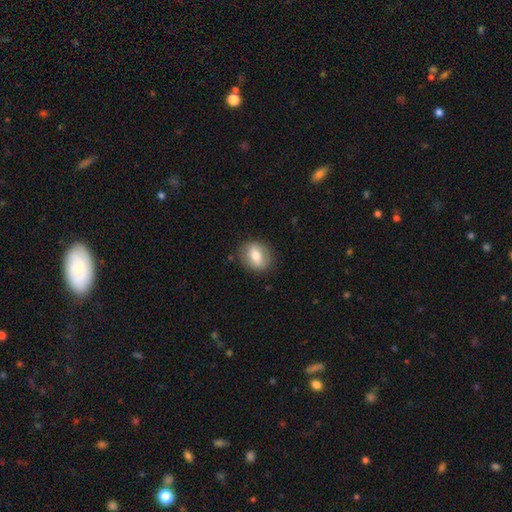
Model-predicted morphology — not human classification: smooth_or_featured: smooth (p=0.64) [alt: featured or disk p=0.28]
how_rounded: round (p=0.59) [alt: in between p=0.39]
merging: none (p=0.85) [alt: minor disturbance p=0.11]